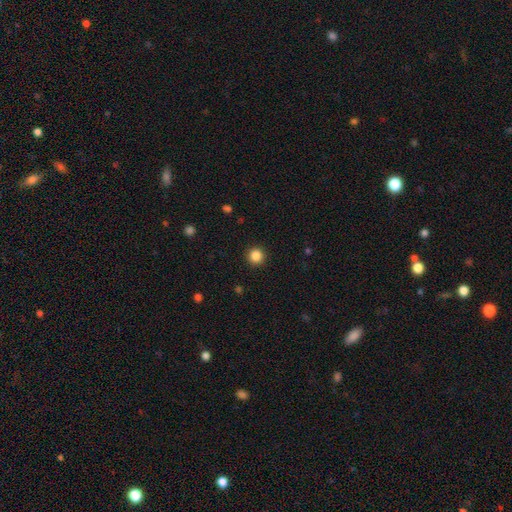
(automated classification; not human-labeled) This is clearly a smooth galaxy (86%). How rounded: clearly round (95%). Merging: clearly none (93%).